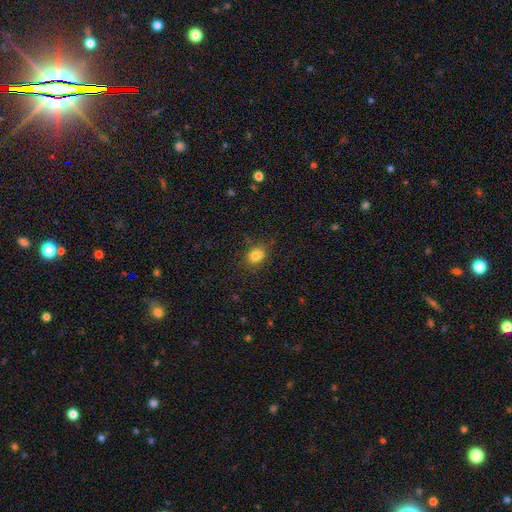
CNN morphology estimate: Q: Smooth or featured?
A: smooth (78%); runner-up: star or artifact (13%)
Q: How rounded?
A: in between (51%); runner-up: round (48%)
Q: Merging?
A: none (65%); runner-up: minor disturbance (17%)